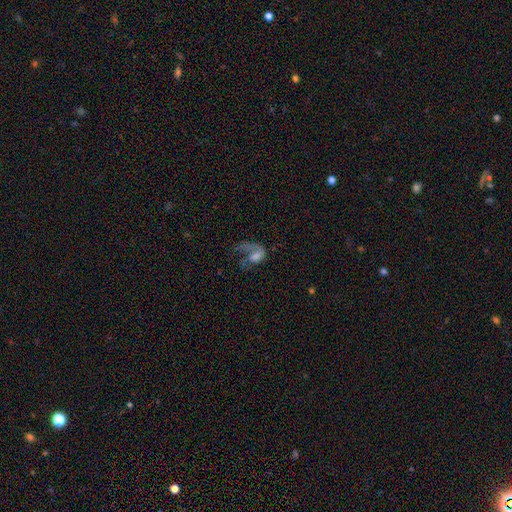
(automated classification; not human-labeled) Smooth or featured? Predicted: featured or disk (p=0.59). Edge-on disk? Predicted: no (p=0.97). Bar? Predicted: no (p=0.64). Spiral arms? Predicted: yes (p=0.73). Bulge size? Predicted: moderate (p=0.34). Merging? Predicted: major disturbance (p=0.53).